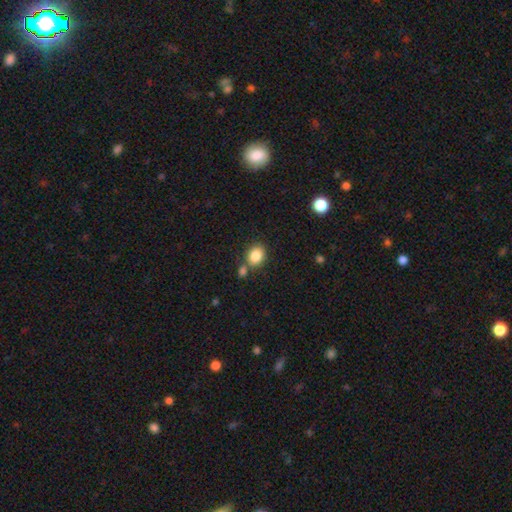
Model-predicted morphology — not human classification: A smooth galaxy with no disk features (85%) that is round (51%).

Vote fractions:
- Smooth or featured? smooth: 85% / star or artifact: 9% / featured or disk: 6%
- How rounded? round: 51% / in between: 48% / cigar-shaped: 1%
- Merging? none: 65% / merger: 19% / minor disturbance: 12% / major disturbance: 4%